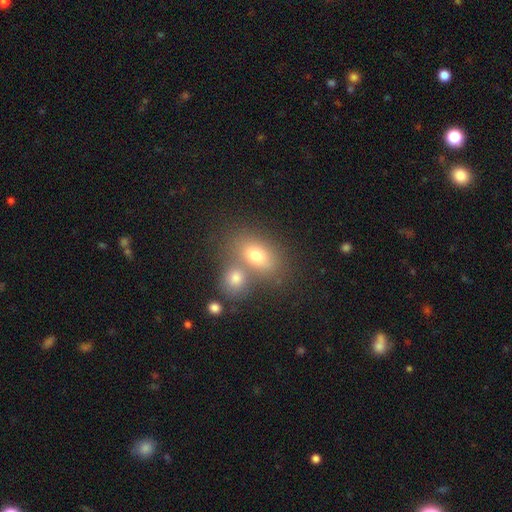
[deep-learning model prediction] A smooth galaxy with no disk features (72%) that is in between round and cigar-shaped (76%). Merging: merger (43%, tied with none).